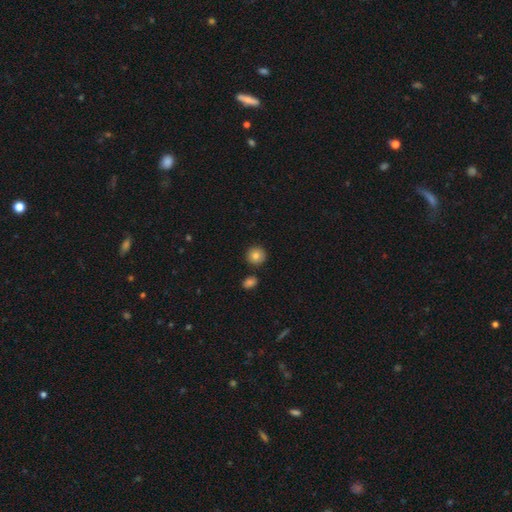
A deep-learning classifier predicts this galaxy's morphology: Overall: smooth (84%). How rounded: round (92%). Merging: none (85%).